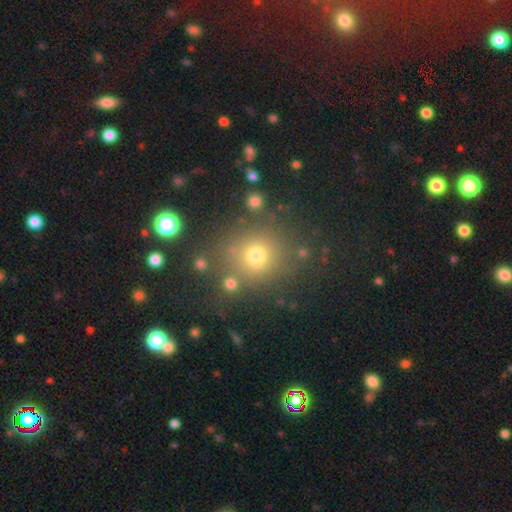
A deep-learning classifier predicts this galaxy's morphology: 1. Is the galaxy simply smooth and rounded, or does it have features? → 66% smooth, 24% star or artifact, 10% featured or disk.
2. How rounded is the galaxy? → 86% round, 13% in between, 1% cigar-shaped.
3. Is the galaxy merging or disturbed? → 78% none, 11% minor disturbance, 7% merger, 5% major disturbance.